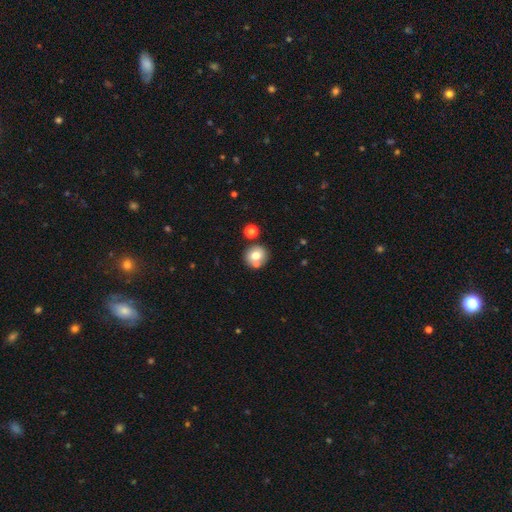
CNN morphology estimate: smooth-or-featured: smooth: 71% | featured or disk: 18% | star or artifact: 11%
  how-rounded: round: 88% | in between: 11% | cigar-shaped: 1%
  merging: none: 65% | merger: 23% | minor disturbance: 9% | major disturbance: 3%